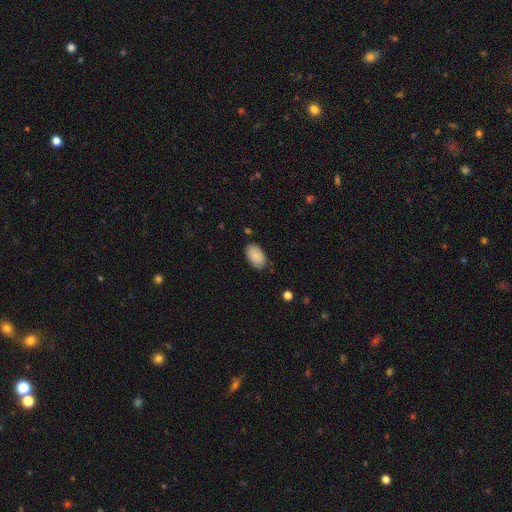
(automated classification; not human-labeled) smooth 88%, star or artifact 6%, featured or disk 5%. Down the decision tree: how rounded — in between (94%); merging — none (83%).